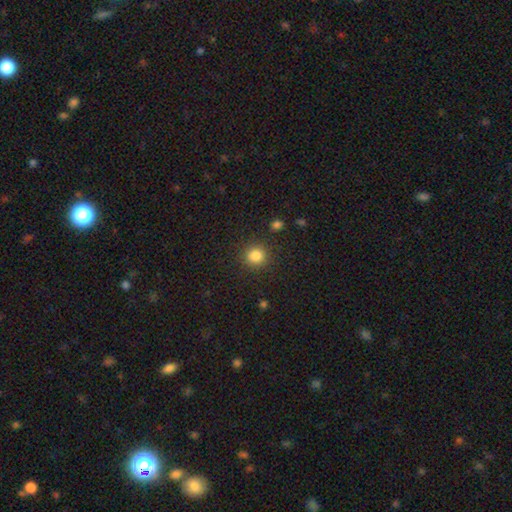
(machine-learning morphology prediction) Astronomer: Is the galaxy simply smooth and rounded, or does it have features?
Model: smooth — 84%.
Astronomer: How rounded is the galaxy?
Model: round — 91%.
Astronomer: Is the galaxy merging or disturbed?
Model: none — 89%.